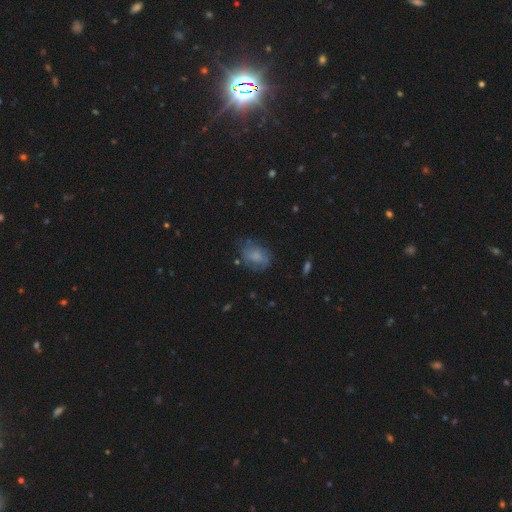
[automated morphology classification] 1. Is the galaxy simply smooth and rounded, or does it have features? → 58% smooth, 33% featured or disk, 9% star or artifact.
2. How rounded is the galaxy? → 72% in between, 26% round, 2% cigar-shaped.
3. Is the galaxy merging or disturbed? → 58% none, 27% minor disturbance, 13% major disturbance, 2% merger.